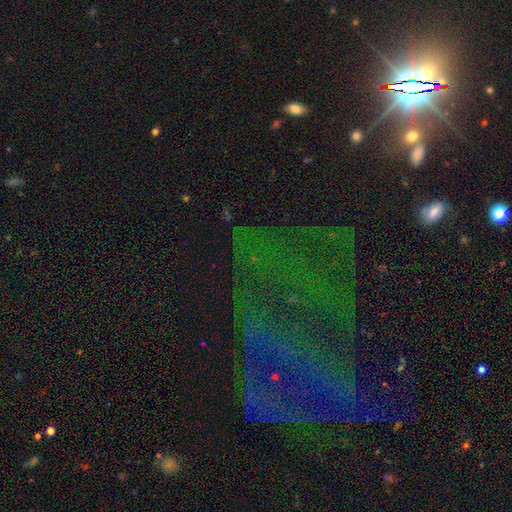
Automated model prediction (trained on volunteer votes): This appears to be a star or artifact, not a galaxy (73%).